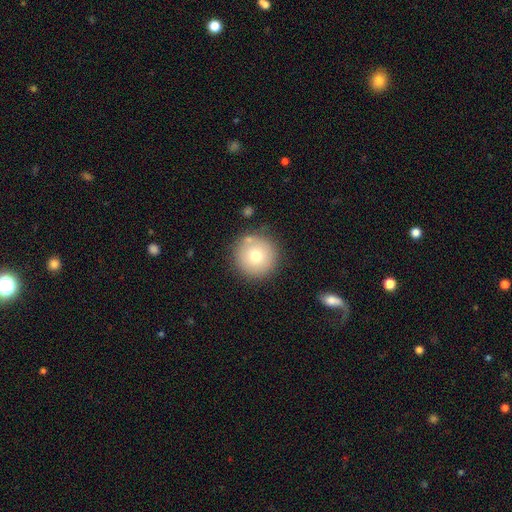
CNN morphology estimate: This is likely a smooth galaxy (72%). How rounded: clearly round (96%). Merging: clearly none (83%).